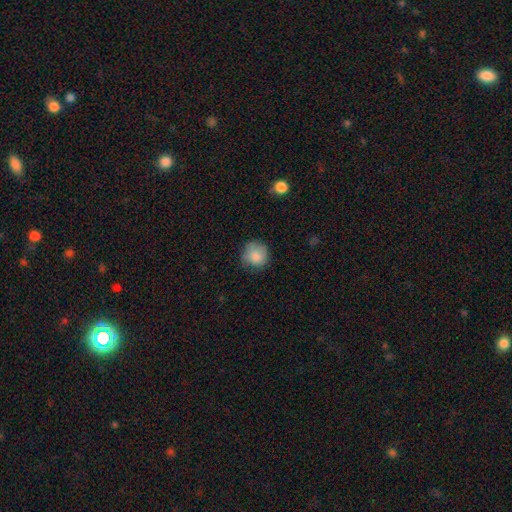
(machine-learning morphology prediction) Smooth or featured: smooth — 83% (featured or disk — 9%)
How rounded: round — 89% (in between — 10%)
Merging: none — 70% (minor disturbance — 23%)